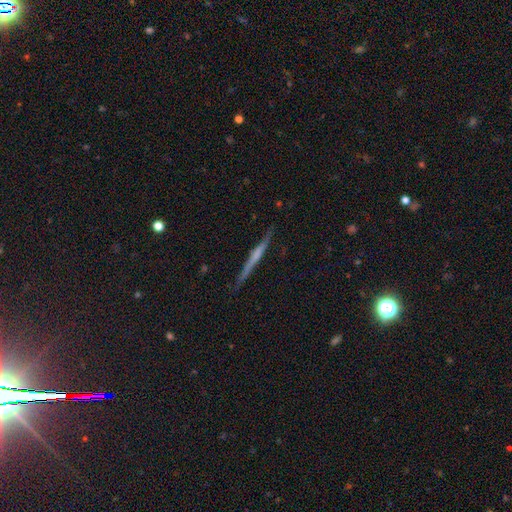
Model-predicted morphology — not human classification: type=featured or disk (66%); edge-on=yes (98%); edge-on bulge=none (52%); merging=none (88%).